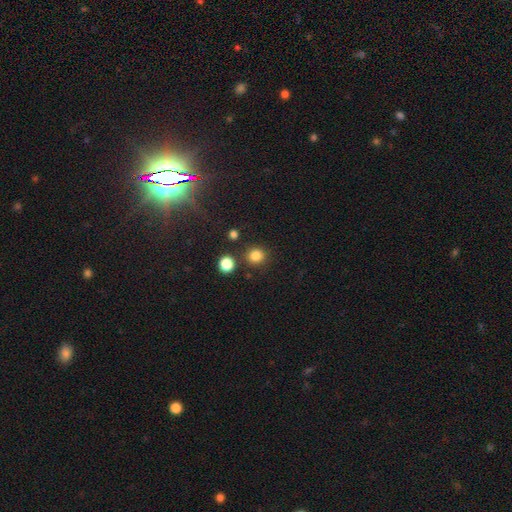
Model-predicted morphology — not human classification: A smooth galaxy with no disk features (83%) that is round (88%).

Vote fractions:
- Smooth or featured? smooth: 83% / star or artifact: 13% / featured or disk: 4%
- How rounded? round: 88% / in between: 11% / cigar-shaped: 1%
- Merging? none: 83% / minor disturbance: 8% / merger: 6% / major disturbance: 3%